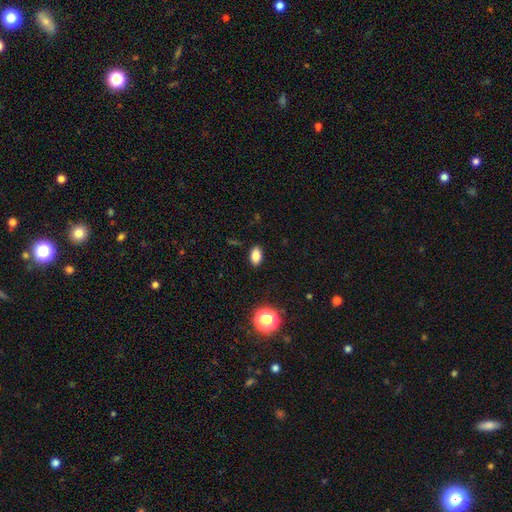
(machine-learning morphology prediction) type=smooth (82%); roundness=in between (87%); merging=none (88%).